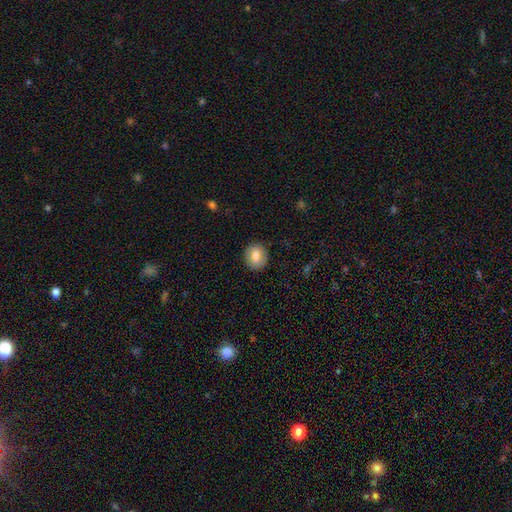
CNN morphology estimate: Smooth or featured? smooth (76%)
How rounded? round (76%)
Merging? none (89%)